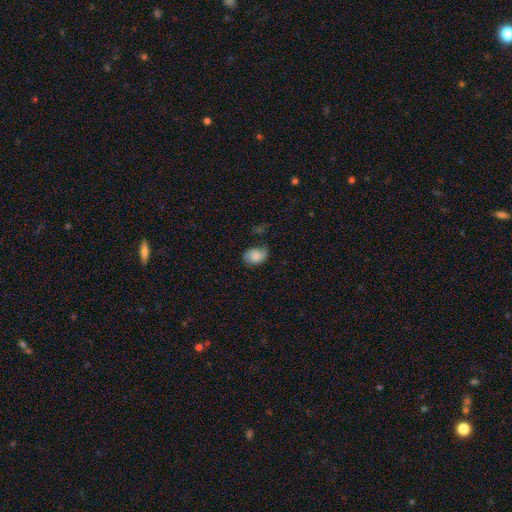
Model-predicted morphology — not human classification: smooth_or_featured: smooth (p=0.71) [alt: featured or disk p=0.20]
how_rounded: in between (p=0.75) [alt: round p=0.23]
merging: none (p=0.50) [alt: minor disturbance p=0.32]